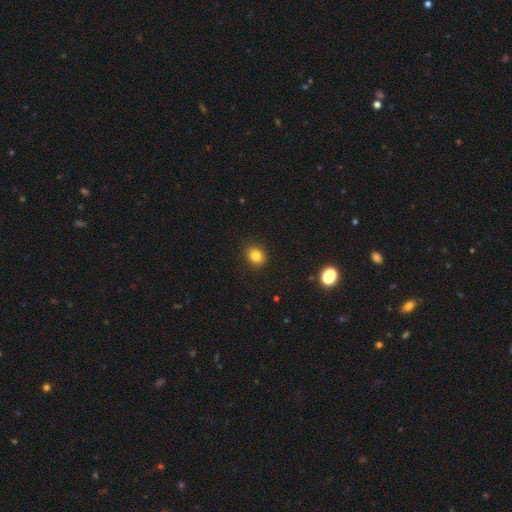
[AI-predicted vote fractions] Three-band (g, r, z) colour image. It shows a smooth galaxy with no disk features (83%) that is round (69%). Merging: none (90%).